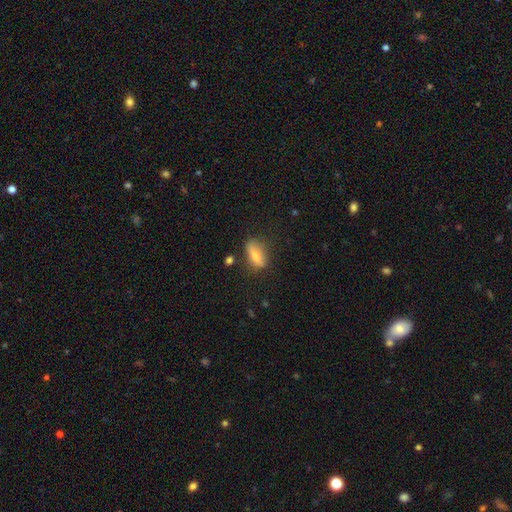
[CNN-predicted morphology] A smooth galaxy with no disk features (75%) that is in between round and cigar-shaped (74%).

Vote fractions:
- Smooth or featured? smooth: 75% / featured or disk: 17% / star or artifact: 8%
- How rounded? in between: 74% / cigar-shaped: 21% / round: 5%
- Merging? none: 63% / minor disturbance: 24% / major disturbance: 8% / merger: 4%